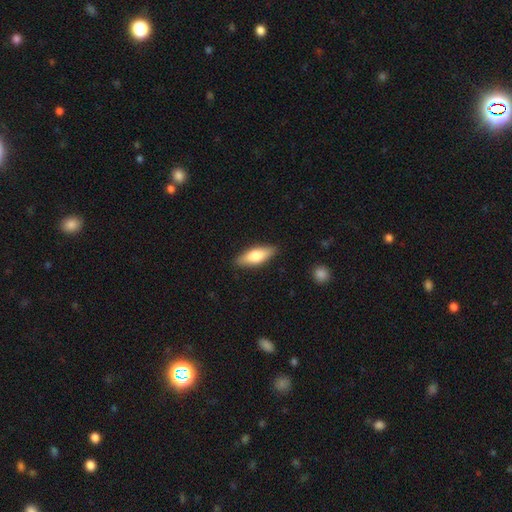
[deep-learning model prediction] This is likely a smooth galaxy (70%). How rounded: likely in between (66%). Merging: clearly none (86%).